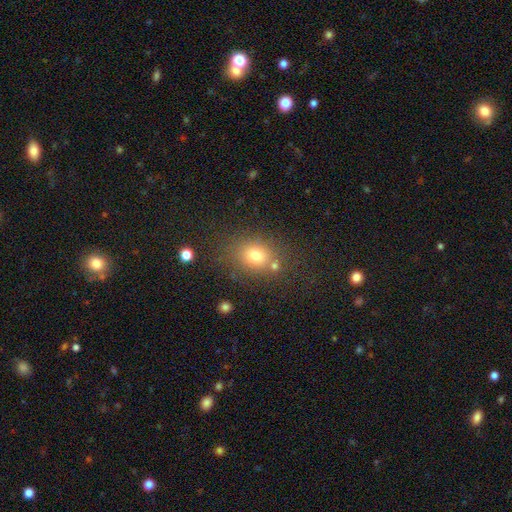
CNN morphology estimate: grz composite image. It shows a smooth galaxy with no disk features (76%) that is round (52%). Merging: none (70%).